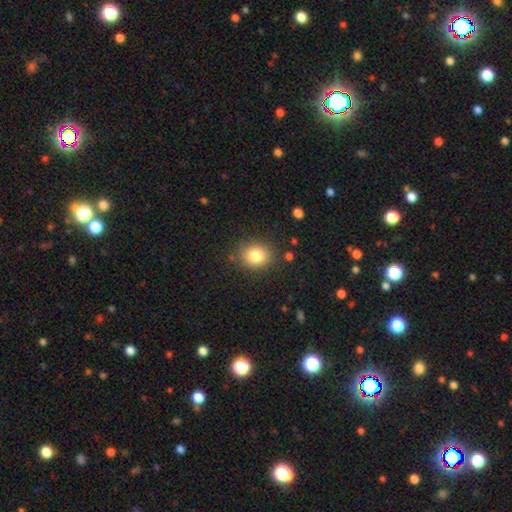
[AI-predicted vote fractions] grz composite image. It shows a smooth galaxy with no disk features (81%) that is round (68%). Merging: none (85%).